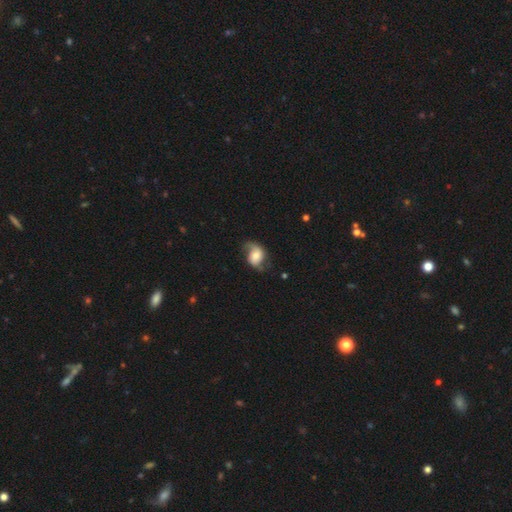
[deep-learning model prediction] smooth-or-featured: featured or disk: 61% | smooth: 32% | star or artifact: 8%
  disk-edge-on: no: 96% | yes: 4%
    bar: no: 59% | weak: 31% | strong: 10%
    has-spiral-arms: yes: 89% | no: 11%
      spiral-winding: loose: 56% | medium: 33% | tight: 12%
      spiral-arm-count: 2: 74% | 1: 17% | can't tell: 6% | 3: 1% | 4: 1% | more than 4: 1%
    bulge-size: moderate: 49% | small: 31% | large: 13% | none: 4% | dominant: 3%
  merging: none: 56% | minor disturbance: 26% | major disturbance: 16% | merger: 2%